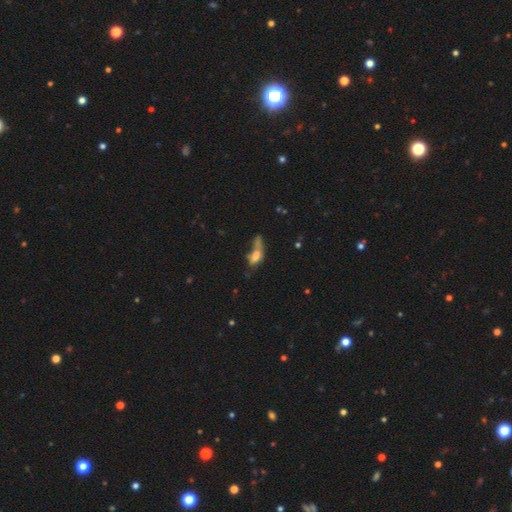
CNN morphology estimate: type=smooth (60%); roundness=in between (71%); merging=merger (34%).